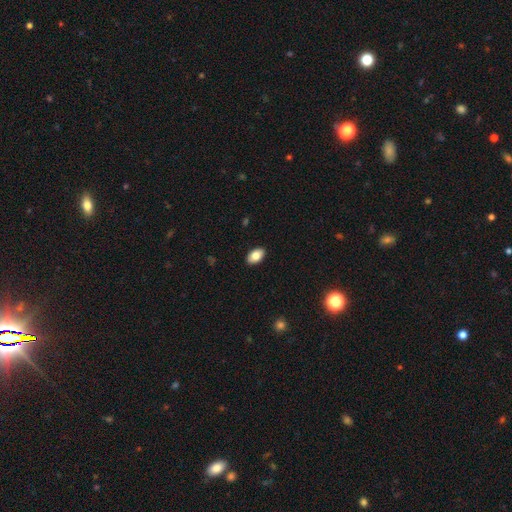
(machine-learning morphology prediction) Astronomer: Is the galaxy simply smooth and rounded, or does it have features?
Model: smooth — 82%.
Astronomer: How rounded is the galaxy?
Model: in between — 92%.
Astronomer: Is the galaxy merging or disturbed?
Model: none — 90%.